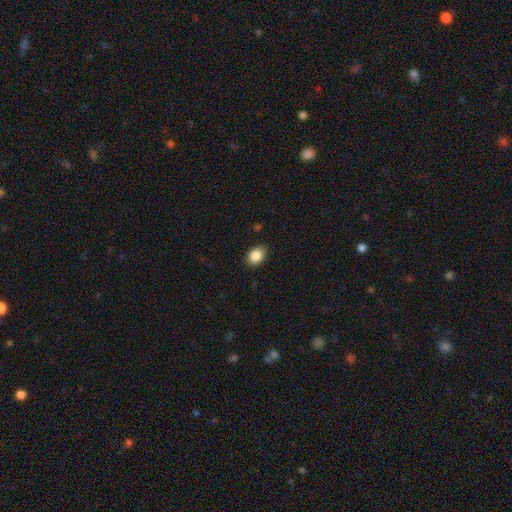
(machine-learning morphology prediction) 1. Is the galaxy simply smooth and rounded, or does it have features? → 87% smooth, 8% star or artifact, 5% featured or disk.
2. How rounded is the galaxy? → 69% in between, 30% round, 1% cigar-shaped.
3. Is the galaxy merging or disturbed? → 87% none, 10% minor disturbance, 2% major disturbance, 1% merger.